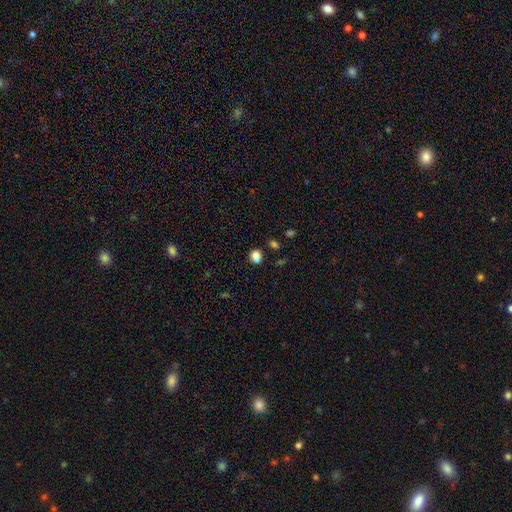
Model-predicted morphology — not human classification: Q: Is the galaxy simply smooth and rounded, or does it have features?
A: smooth — 84%.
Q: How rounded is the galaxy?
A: round — 59%.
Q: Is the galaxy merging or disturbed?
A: none — 81%.